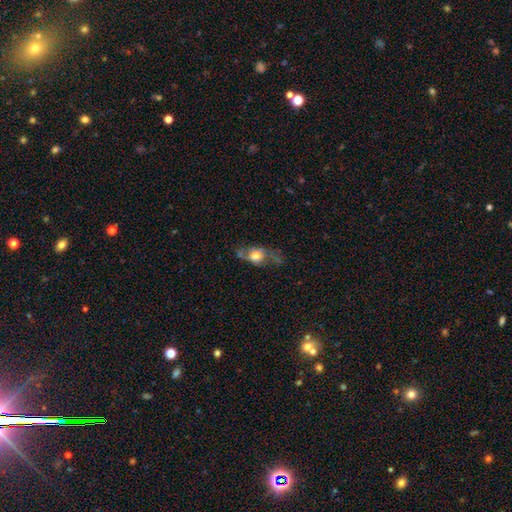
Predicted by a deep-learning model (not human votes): This appears to be a featured or disk galaxy (45%, tied with smooth). Merging: none (46%).